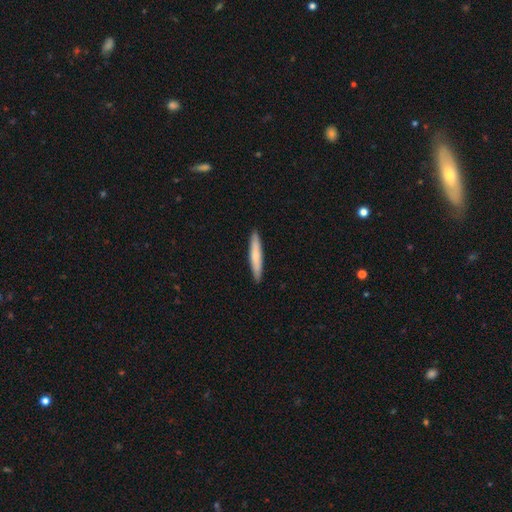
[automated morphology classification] This appears to be a smooth galaxy with no disk features (70%) that is cigar-shaped (94%). Merging: none (91%).